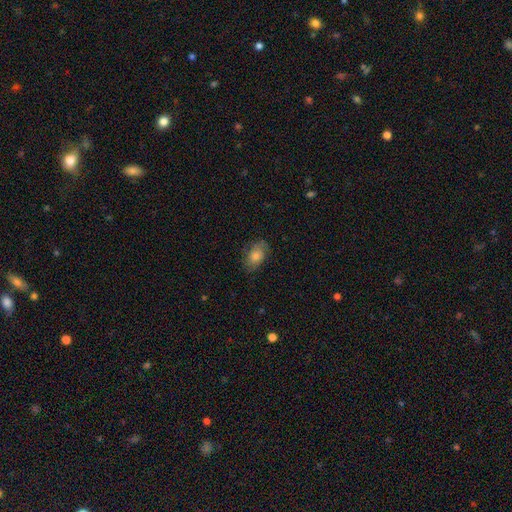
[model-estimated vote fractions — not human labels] smooth_or_featured: smooth (p=0.59) [alt: featured or disk p=0.30]
how_rounded: in between (p=0.83) [alt: round p=0.14]
merging: none (p=0.76) [alt: minor disturbance p=0.18]